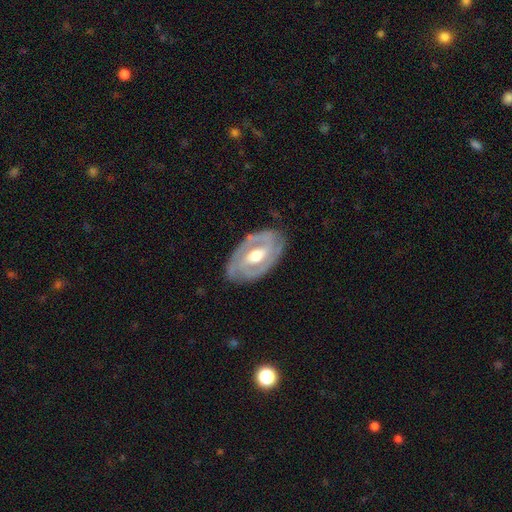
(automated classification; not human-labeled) Morphology: type=featured or disk (87%); edge-on=no (95%); bar=weak (40%); spiral arms=yes (91%); winding=tight (57%); arm count=2 (83%); bulge=moderate (74%); merging=none (82%).